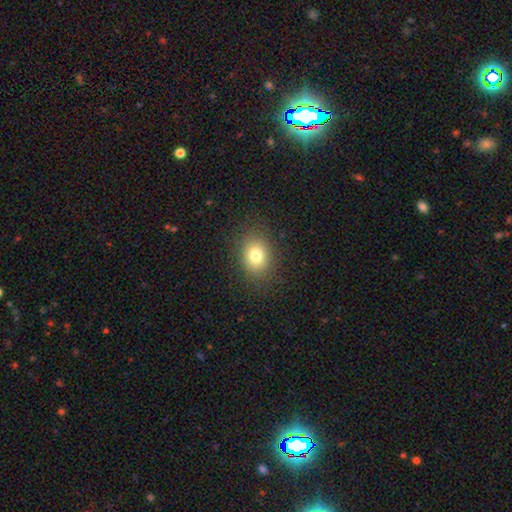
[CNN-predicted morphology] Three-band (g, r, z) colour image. It shows a smooth galaxy with no disk features (77%) that is round (50%). Merging: none (85%).